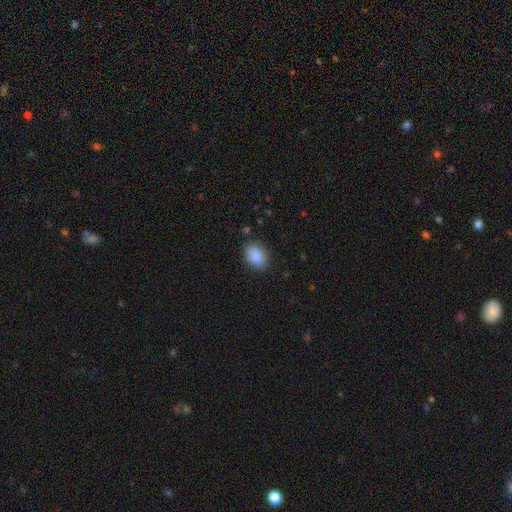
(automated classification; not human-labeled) The model was most divided on "how rounded": in between: 78%, round: 21%, cigar-shaped: 1%. More confident: smooth or featured — smooth (89%); merging — none (84%).